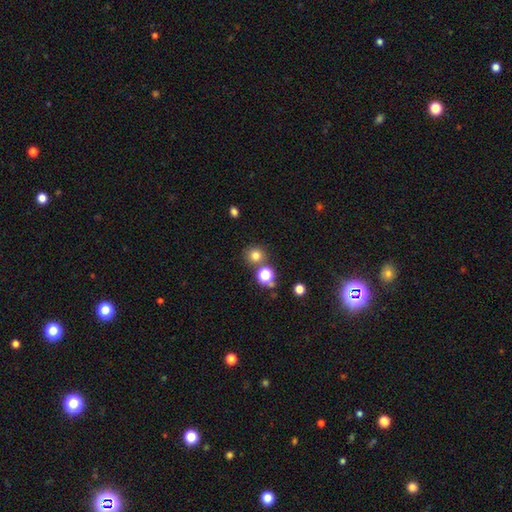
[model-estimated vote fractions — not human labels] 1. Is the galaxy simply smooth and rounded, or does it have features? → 76% smooth, 17% star or artifact, 6% featured or disk.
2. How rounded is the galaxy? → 91% round, 8% in between, 1% cigar-shaped.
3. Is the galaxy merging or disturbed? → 77% none, 13% merger, 7% minor disturbance, 3% major disturbance.